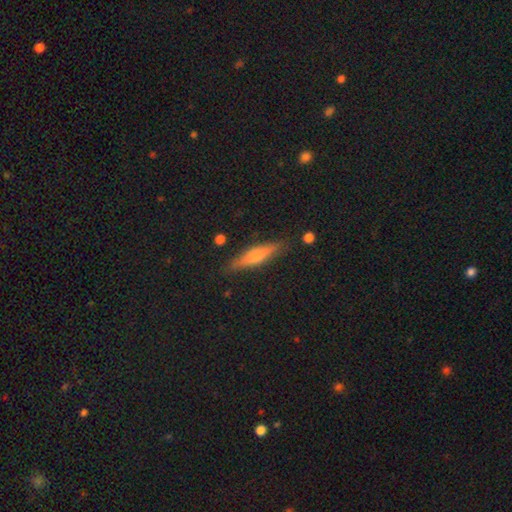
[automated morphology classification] A featured or disk galaxy (47%).

Vote fractions:
- Smooth or featured? featured or disk: 47% / smooth: 45% / star or artifact: 8%
- Merging? none: 87% / minor disturbance: 9% / major disturbance: 2% / merger: 2%